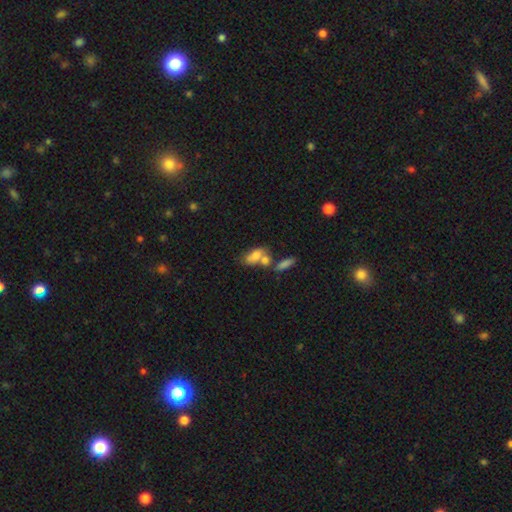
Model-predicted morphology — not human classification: Smooth or featured? smooth (72%)
How rounded? in between (83%)
Merging? merger (49%)